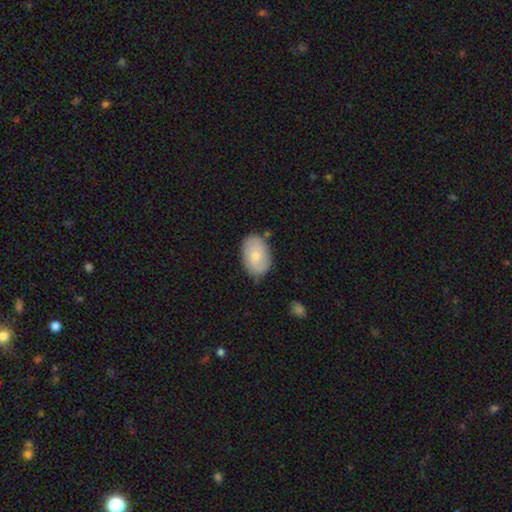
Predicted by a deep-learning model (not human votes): smooth-or-featured: smooth: 71% | featured or disk: 23% | star or artifact: 6%
  how-rounded: in between: 87% | round: 12% | cigar-shaped: 1%
  merging: none: 79% | minor disturbance: 15% | major disturbance: 3% | merger: 3%